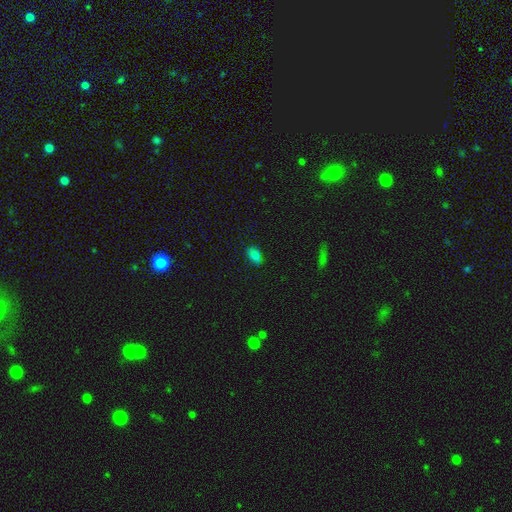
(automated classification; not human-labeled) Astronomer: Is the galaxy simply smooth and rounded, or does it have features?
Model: smooth — 79%.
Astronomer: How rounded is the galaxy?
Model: in between — 88%.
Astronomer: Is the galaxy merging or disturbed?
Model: none — 78%.